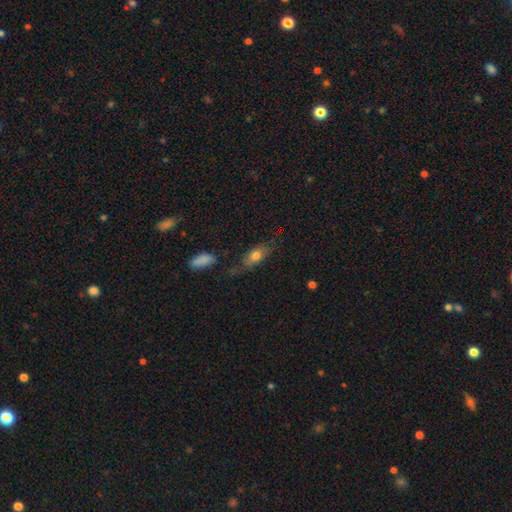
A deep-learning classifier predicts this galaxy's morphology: smooth-or-featured: smooth: 70% | featured or disk: 20% | star or artifact: 10%
  how-rounded: in between: 75% | cigar-shaped: 18% | round: 7%
  merging: none: 56% | minor disturbance: 23% | major disturbance: 12% | merger: 9%